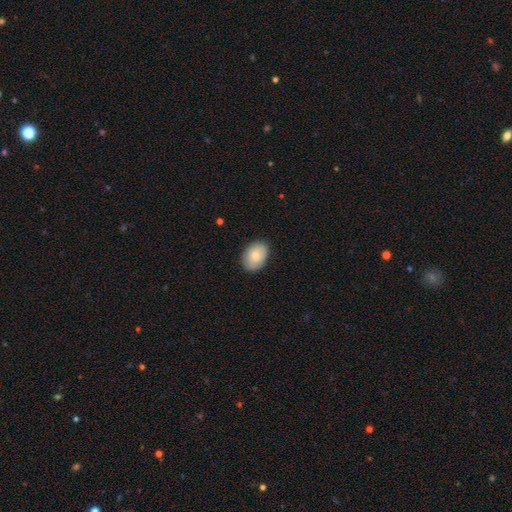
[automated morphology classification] smooth-or-featured: smooth: 76% | featured or disk: 17% | star or artifact: 7%
  how-rounded: in between: 79% | round: 20% | cigar-shaped: 1%
  merging: none: 82% | minor disturbance: 15% | major disturbance: 3% | merger: 1%